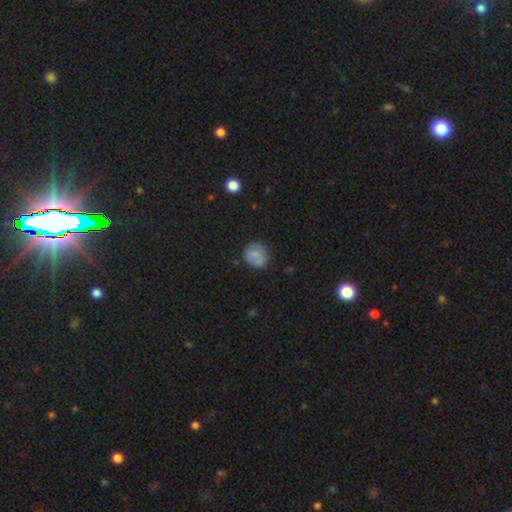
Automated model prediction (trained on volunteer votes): This appears to be a smooth galaxy with no disk features (77%) that is round (84%). Merging: none (75%).